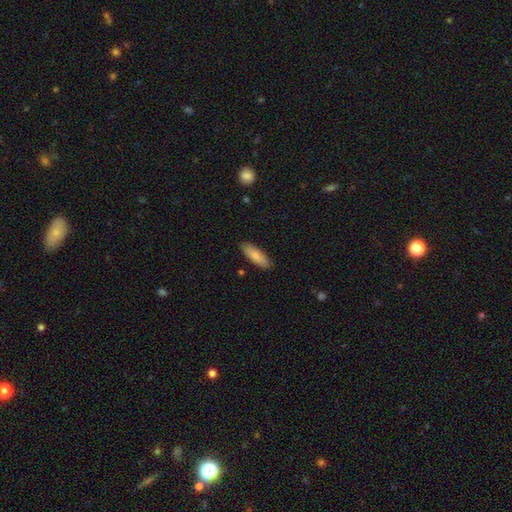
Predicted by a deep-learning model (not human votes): This is clearly a smooth galaxy (83%). How rounded: possibly in between (54%). Merging: clearly none (88%).